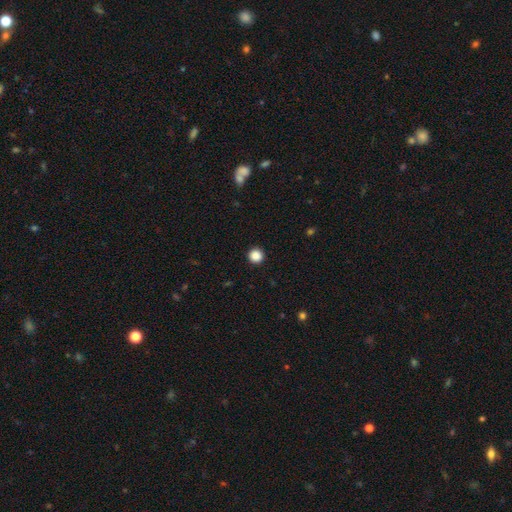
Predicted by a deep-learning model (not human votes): Smooth or featured? smooth (88%)
How rounded? round (95%)
Merging? none (93%)